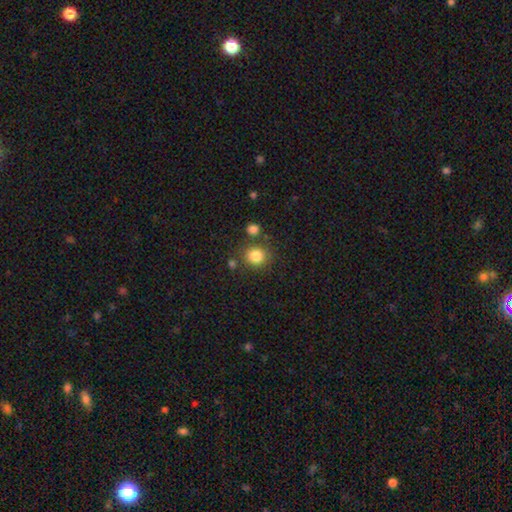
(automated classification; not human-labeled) A smooth galaxy with no disk features (83%) that is round (85%).

Vote fractions:
- Smooth or featured? smooth: 83% / star or artifact: 11% / featured or disk: 6%
- How rounded? round: 85% / in between: 14% / cigar-shaped: 1%
- Merging? none: 78% / minor disturbance: 10% / merger: 8% / major disturbance: 4%